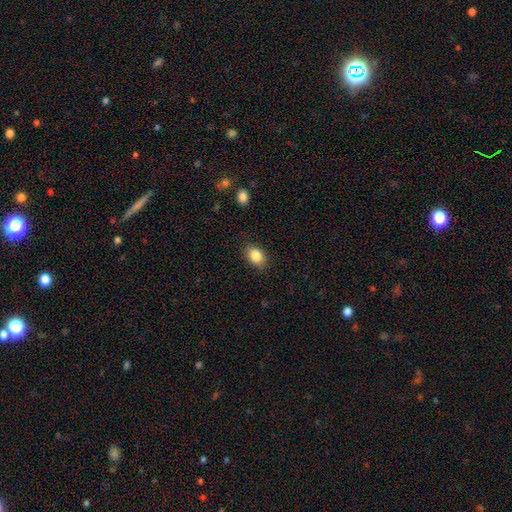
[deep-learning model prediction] A smooth galaxy with no disk features (86%) that is in between round and cigar-shaped (76%).

Vote fractions:
- Smooth or featured? smooth: 86% / star or artifact: 8% / featured or disk: 5%
- How rounded? in between: 76% / round: 23% / cigar-shaped: 1%
- Merging? none: 85% / minor disturbance: 11% / major disturbance: 3% / merger: 1%